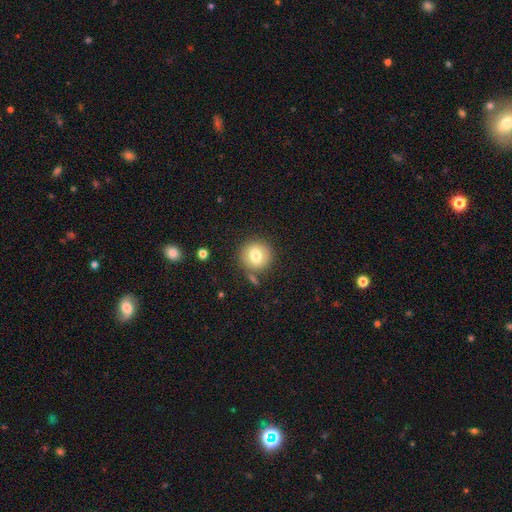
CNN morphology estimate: A smooth galaxy with no disk features (77%) that is round (92%).

Vote fractions:
- Smooth or featured? smooth: 77% / featured or disk: 13% / star or artifact: 10%
- How rounded? round: 92% / in between: 7% / cigar-shaped: 1%
- Merging? none: 80% / minor disturbance: 10% / merger: 6% / major disturbance: 4%